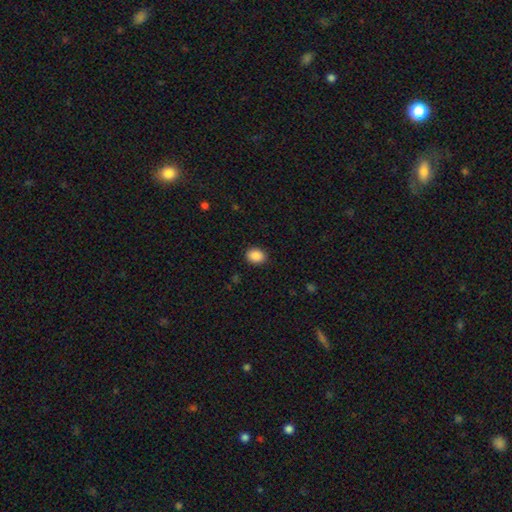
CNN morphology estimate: Smooth or featured? smooth (89%)
How rounded? in between (65%)
Merging? none (89%)